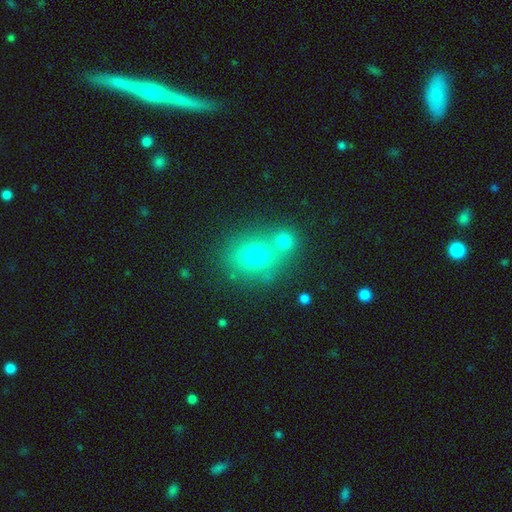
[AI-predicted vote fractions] The model was most divided on "merging": none: 48%, merger: 38%, minor disturbance: 9%, major disturbance: 4%. More confident: smooth or featured — smooth (70%); how rounded — round (58%).